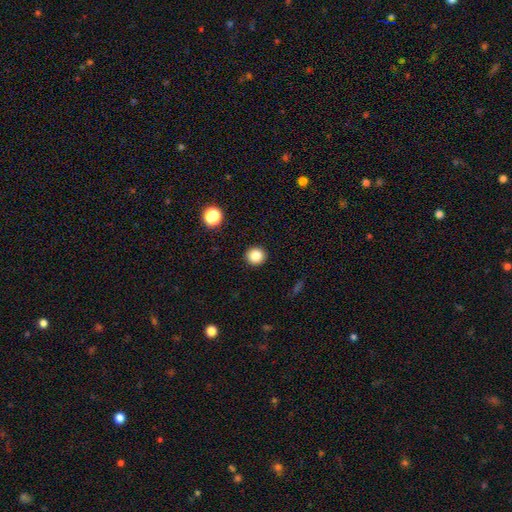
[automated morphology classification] The model was most divided on "smooth or featured": smooth: 85%, star or artifact: 11%, featured or disk: 4%. More confident: merging — none (93%); how rounded — round (92%).